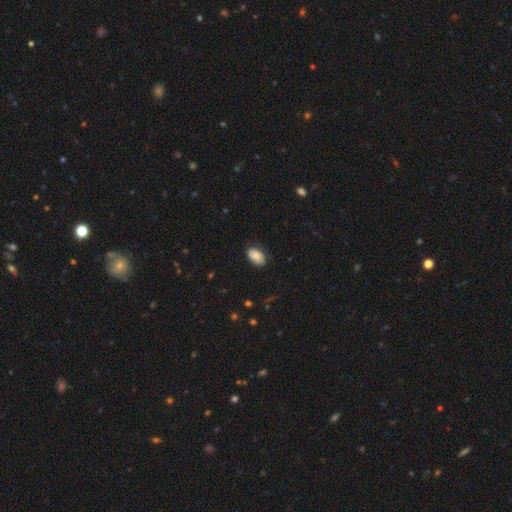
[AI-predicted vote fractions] Q: Smooth or featured?
A: smooth (86%); runner-up: star or artifact (7%)
Q: How rounded?
A: in between (93%); runner-up: round (6%)
Q: Merging?
A: none (78%); runner-up: minor disturbance (17%)